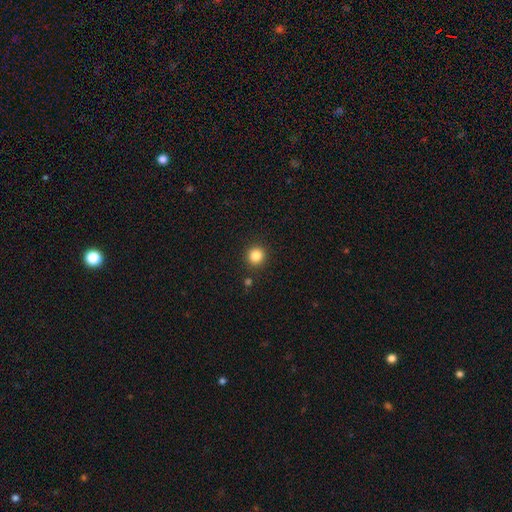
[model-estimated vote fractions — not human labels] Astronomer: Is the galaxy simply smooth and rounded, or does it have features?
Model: smooth — 85%.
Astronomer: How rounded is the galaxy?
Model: round — 92%.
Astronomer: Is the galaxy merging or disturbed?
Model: none — 90%.